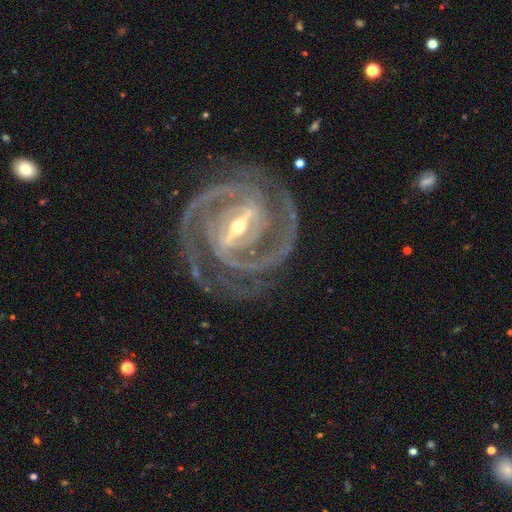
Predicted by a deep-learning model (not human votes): Morphology: type=featured or disk (93%); edge-on=no (97%); bar=strong (78%); spiral arms=yes (99%); winding=tight (72%); arm count=2 (68%); bulge=small (65%); merging=none (82%).